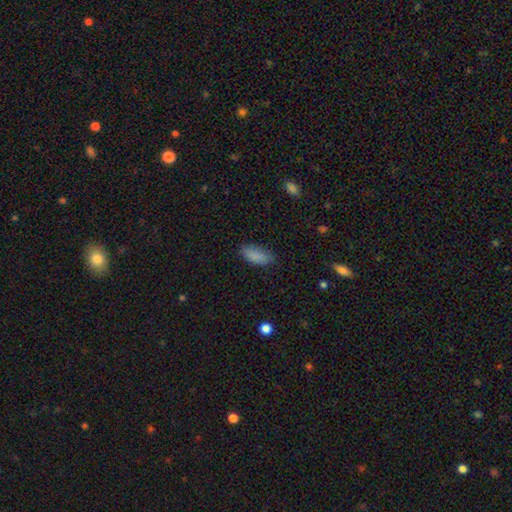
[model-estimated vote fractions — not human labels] Smooth or featured? smooth (87%)
How rounded? in between (83%)
Merging? none (79%)